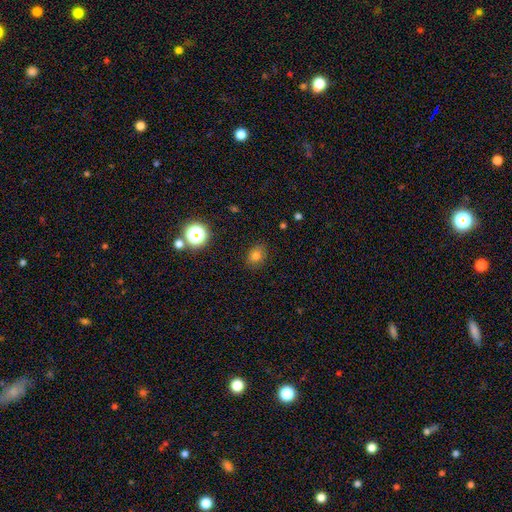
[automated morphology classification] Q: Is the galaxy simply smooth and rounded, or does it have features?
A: smooth — 74%.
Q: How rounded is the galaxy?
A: in between — 50%.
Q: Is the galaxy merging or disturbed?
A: none — 85%.